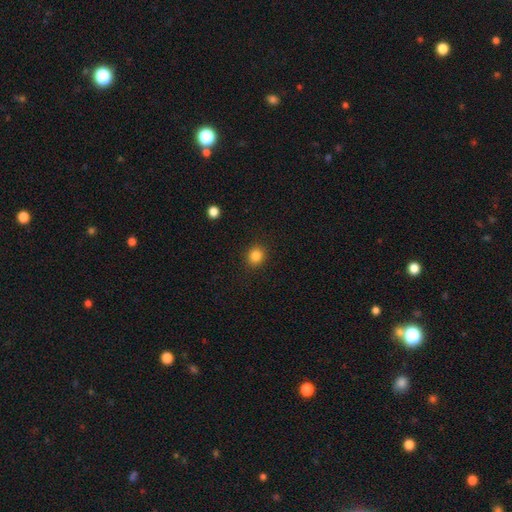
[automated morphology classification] Smooth or featured? Predicted: smooth (p=0.84). How rounded? Predicted: round (p=0.80). Merging? Predicted: none (p=0.90).